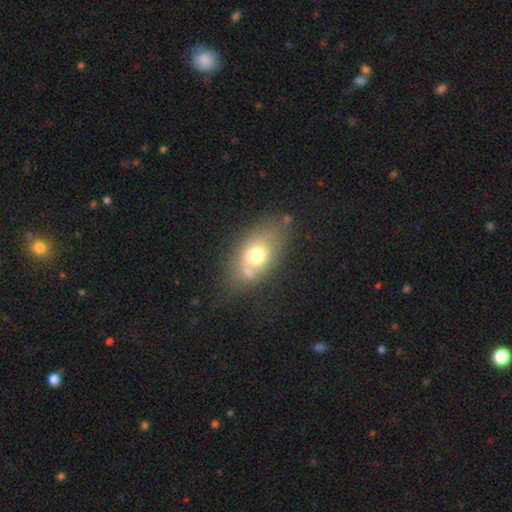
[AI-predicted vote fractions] This appears to be a smooth galaxy with no disk features (63%) that is in between round and cigar-shaped (83%). Merging: none (54%).